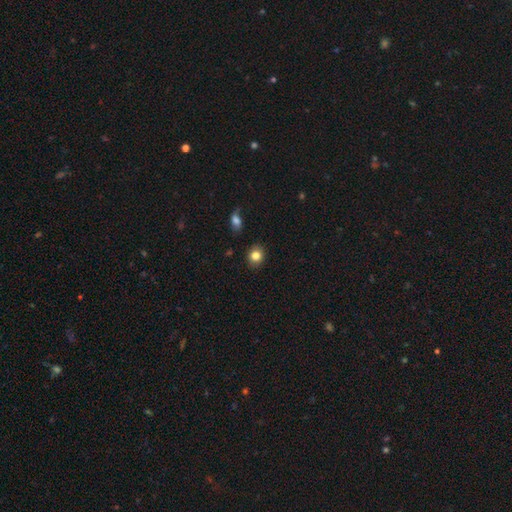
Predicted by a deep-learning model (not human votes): This is clearly a smooth galaxy (82%). How rounded: likely round (68%). Merging: clearly none (88%).